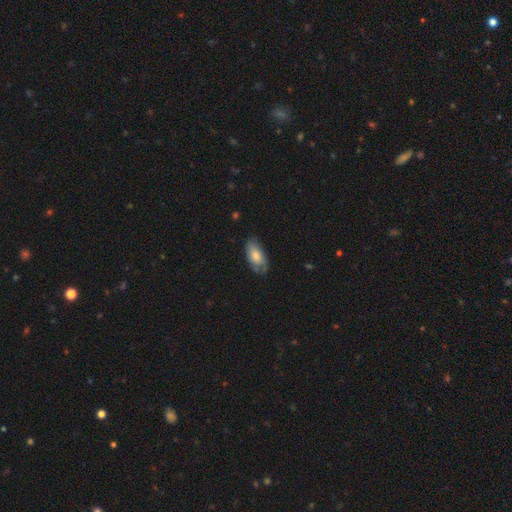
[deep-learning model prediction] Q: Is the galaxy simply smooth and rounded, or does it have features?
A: smooth — 68%.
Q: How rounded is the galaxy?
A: in between — 92%.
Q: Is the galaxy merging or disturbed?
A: none — 62%.